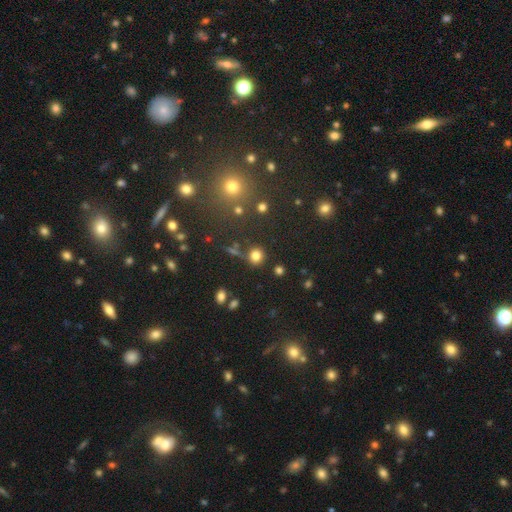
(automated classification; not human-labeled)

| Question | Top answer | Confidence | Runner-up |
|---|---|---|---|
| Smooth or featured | smooth | 80% | star or artifact (14%) |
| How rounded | round | 88% | in between (11%) |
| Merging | none | 81% | minor disturbance (9%) |